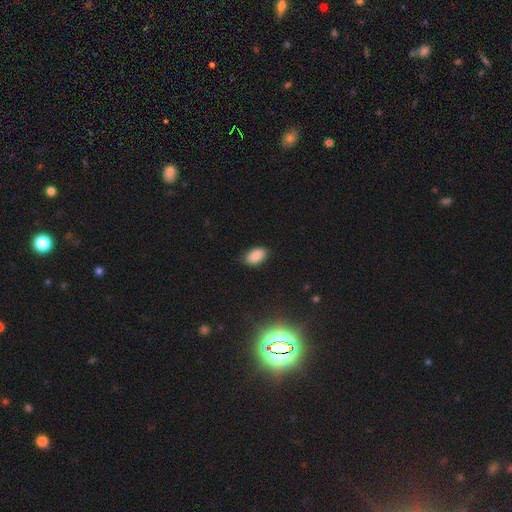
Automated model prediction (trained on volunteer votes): Smooth or featured?
  - smooth: 87% *
  - star or artifact: 9%
  - featured or disk: 5%
How rounded?
  - in between: 91% *
  - round: 7%
  - cigar-shaped: 1%
Merging?
  - none: 82% *
  - minor disturbance: 14%
  - major disturbance: 3%
  - merger: 1%